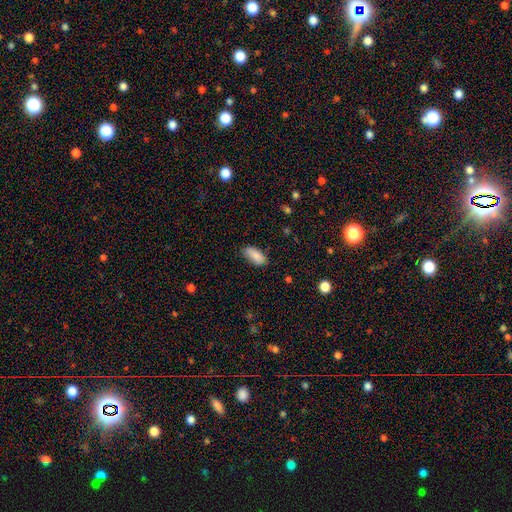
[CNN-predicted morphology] This appears to be a smooth galaxy with no disk features (87%) that is in between round and cigar-shaped (89%). Merging: none (74%).